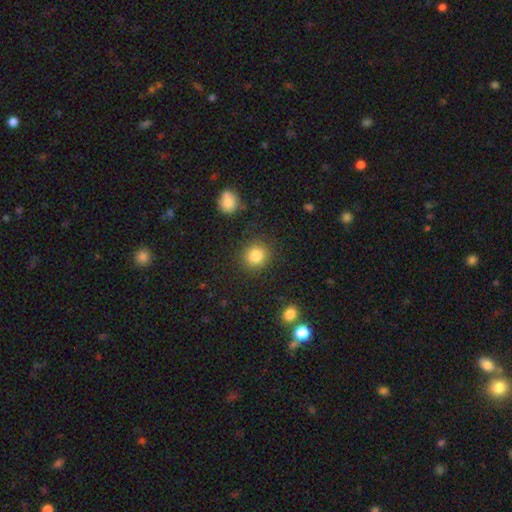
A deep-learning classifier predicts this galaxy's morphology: This is clearly a smooth galaxy (84%). How rounded: clearly round (85%). Merging: clearly none (87%).